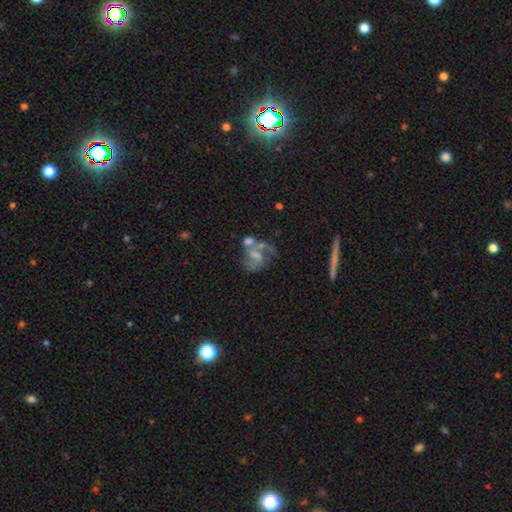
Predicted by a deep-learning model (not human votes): The model was most divided on "bulge size": small: 34%, moderate: 33%, none: 26%, large: 5%, dominant: 2%. Remaining: edge-on disk — no (96%); spiral arms — yes (83%); spiral arm count — 2 (72%); smooth or featured — featured or disk (72%); spiral winding — medium (49%); bar — no (46%); merging — none (38%).